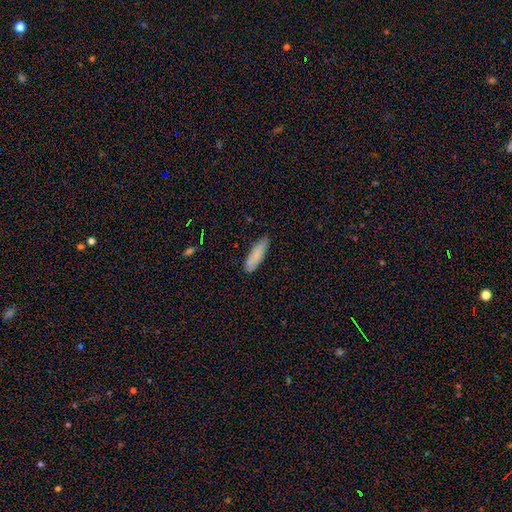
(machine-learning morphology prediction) Smooth or featured? smooth (84%)
How rounded? cigar-shaped (59%)
Merging? none (81%)